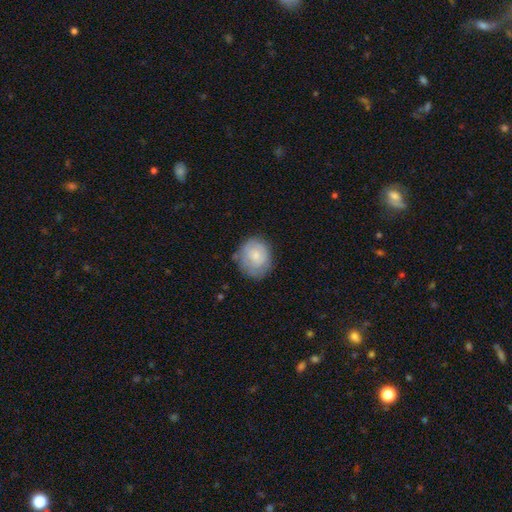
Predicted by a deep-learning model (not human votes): The model was most divided on "merging": none: 64%, minor disturbance: 26%, major disturbance: 8%, merger: 2%. More confident: how rounded — round (71%); smooth or featured — smooth (66%).